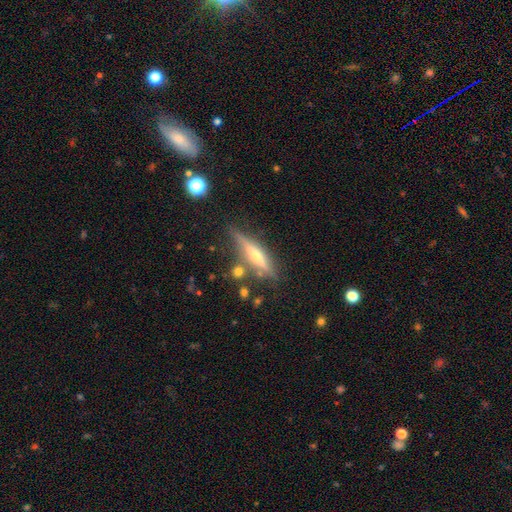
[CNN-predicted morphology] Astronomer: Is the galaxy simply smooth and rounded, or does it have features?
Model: featured or disk — 59%.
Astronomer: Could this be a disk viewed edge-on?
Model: yes — 91%.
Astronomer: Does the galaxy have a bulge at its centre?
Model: rounded — 81%.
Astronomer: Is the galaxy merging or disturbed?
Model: none — 69%.